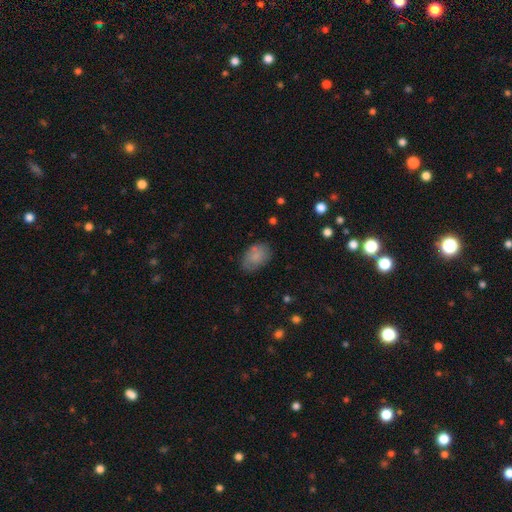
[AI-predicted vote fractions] Smooth or featured? smooth (80%)
How rounded? in between (88%)
Merging? none (74%)